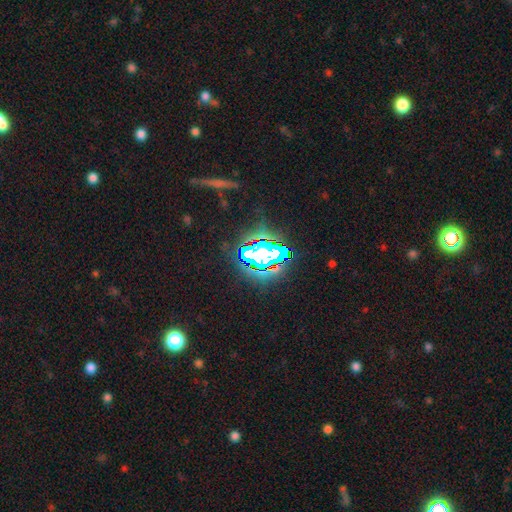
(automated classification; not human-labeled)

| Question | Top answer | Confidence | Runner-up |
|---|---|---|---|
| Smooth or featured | star or artifact | 66% | smooth (18%) |